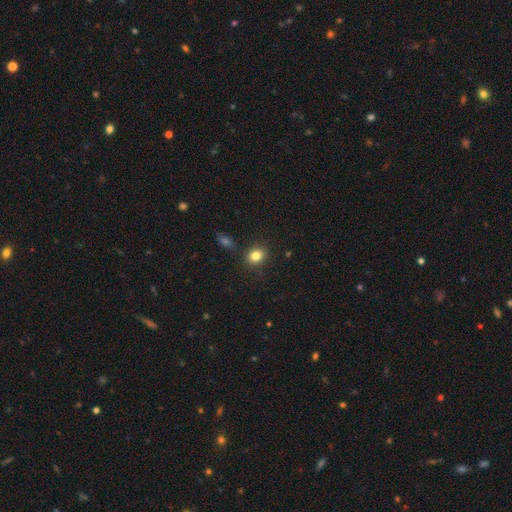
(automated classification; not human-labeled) Overall: smooth (82%). How rounded: round (64%; in between 35%). Merging: none (84%).